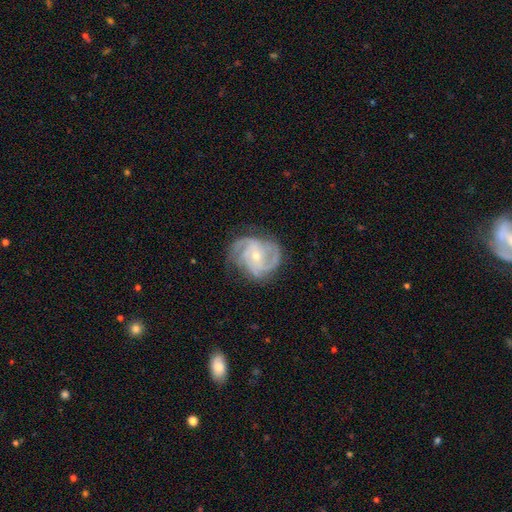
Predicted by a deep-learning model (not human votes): Q: Smooth or featured?
A: featured or disk (89%); runner-up: smooth (6%)
Q: Edge-on disk?
A: no (98%); runner-up: yes (2%)
Q: Bar?
A: no (58%); runner-up: weak (32%)
Q: Spiral arms?
A: yes (97%); runner-up: no (3%)
Q: Spiral winding?
A: tight (48%); runner-up: medium (44%)
Q: Spiral arm count?
A: 3 (47%); runner-up: 2 (19%)
Q: Bulge size?
A: small (60%); runner-up: moderate (37%)
Q: Merging?
A: none (71%); runner-up: minor disturbance (19%)